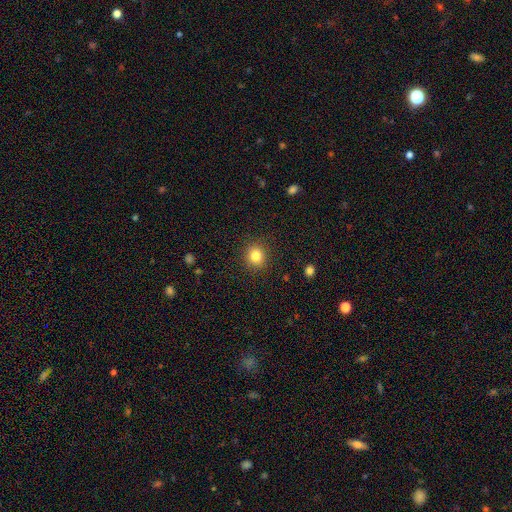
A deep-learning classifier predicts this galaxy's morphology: smooth-or-featured: smooth: 83% | star or artifact: 11% | featured or disk: 6%
  how-rounded: round: 83% | in between: 16% | cigar-shaped: 1%
  merging: none: 89% | minor disturbance: 7% | major disturbance: 2% | merger: 1%